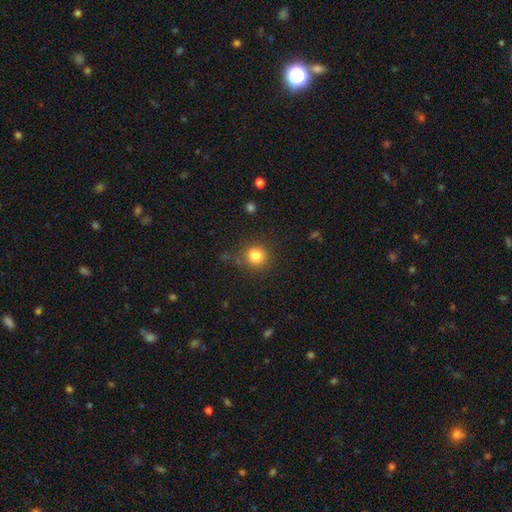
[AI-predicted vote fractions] A smooth galaxy with no disk features (82%) that is round (82%). Merging: none (80%).